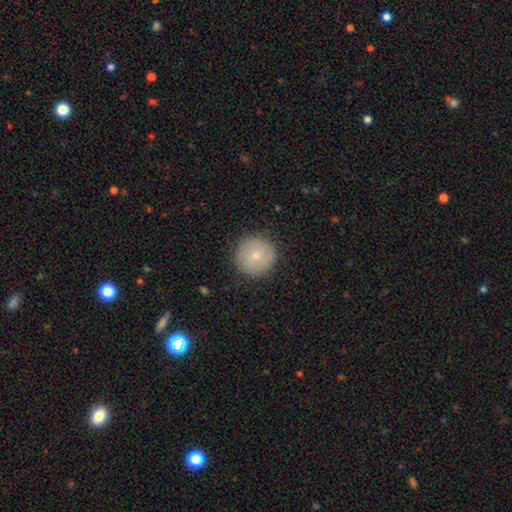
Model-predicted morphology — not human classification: Overall: smooth (72%). How rounded: round (96%). Merging: none (89%).